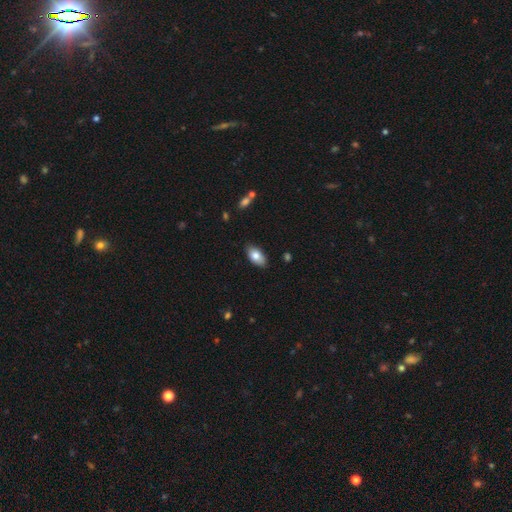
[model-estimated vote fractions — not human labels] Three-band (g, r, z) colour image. It shows a smooth galaxy with no disk features (80%) that is in between round and cigar-shaped (93%). Merging: none (86%).